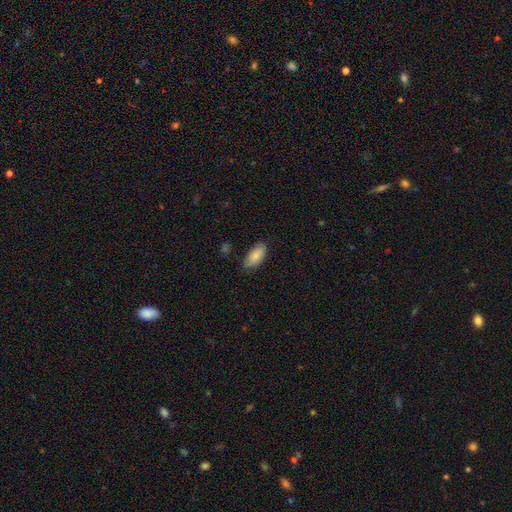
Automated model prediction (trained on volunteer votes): Smooth or featured: smooth — 85% (featured or disk — 9%)
How rounded: in between — 90% (cigar-shaped — 8%)
Merging: none — 75% (minor disturbance — 20%)